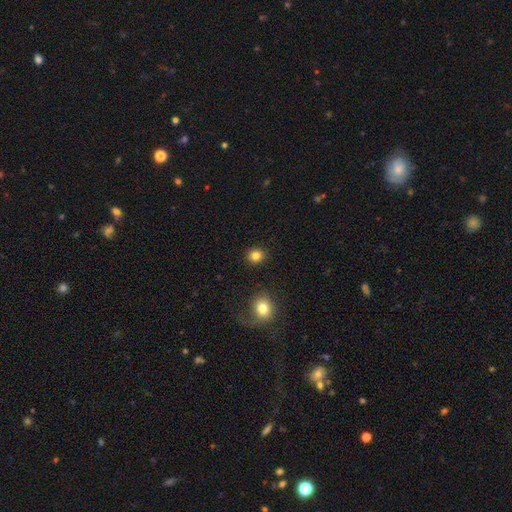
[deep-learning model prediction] This is clearly a smooth galaxy (83%). How rounded: clearly round (83%). Merging: clearly none (90%).